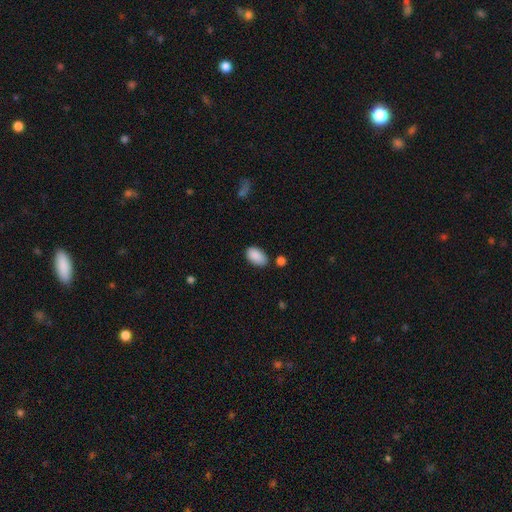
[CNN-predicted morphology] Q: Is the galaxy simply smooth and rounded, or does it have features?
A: smooth — 90%.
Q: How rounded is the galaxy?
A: in between — 94%.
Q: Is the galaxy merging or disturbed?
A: none — 75%.